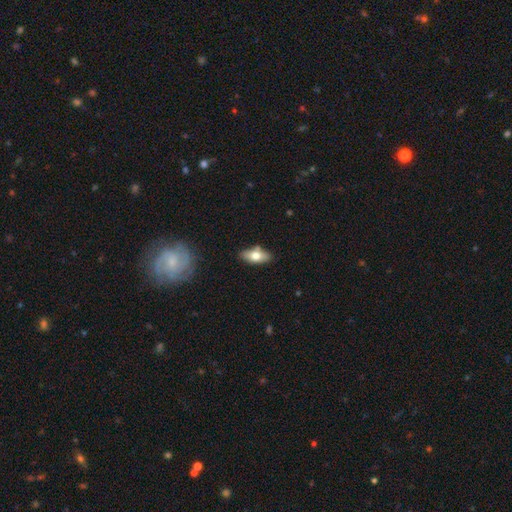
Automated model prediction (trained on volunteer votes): Morphology: type=smooth (68%); roundness=in between (84%); merging=none (80%).